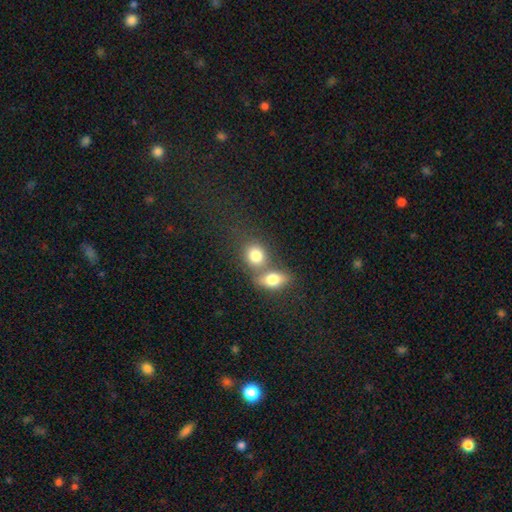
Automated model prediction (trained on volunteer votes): The model was most divided on "how rounded": round: 54%, in between: 44%, cigar-shaped: 2%. More confident: smooth or featured — smooth (80%); merging — merger (50%).